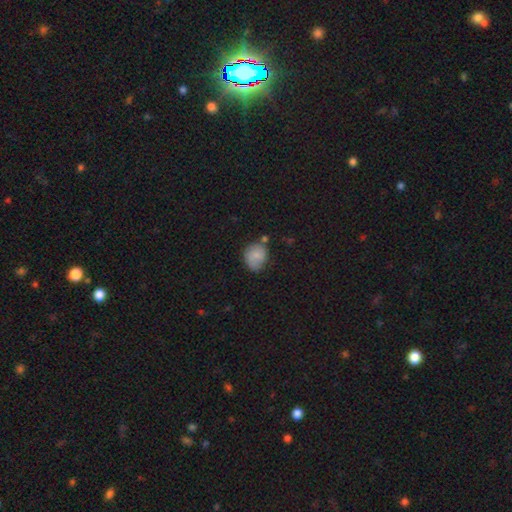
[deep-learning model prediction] A smooth galaxy with no disk features (77%) that is round (66%).

Vote fractions:
- Smooth or featured? smooth: 77% / featured or disk: 14% / star or artifact: 9%
- How rounded? round: 66% / in between: 33% / cigar-shaped: 1%
- Merging? none: 56% / minor disturbance: 28% / merger: 9% / major disturbance: 7%